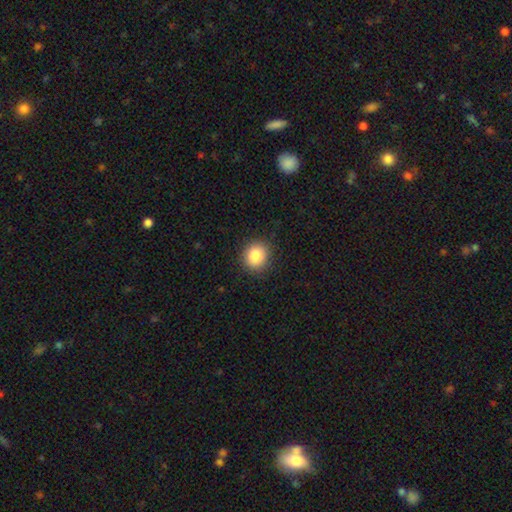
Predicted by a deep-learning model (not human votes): smooth_or_featured: smooth (p=0.86) [alt: star or artifact p=0.09]
how_rounded: round (p=0.78) [alt: in between p=0.22]
merging: none (p=0.89) [alt: minor disturbance p=0.08]